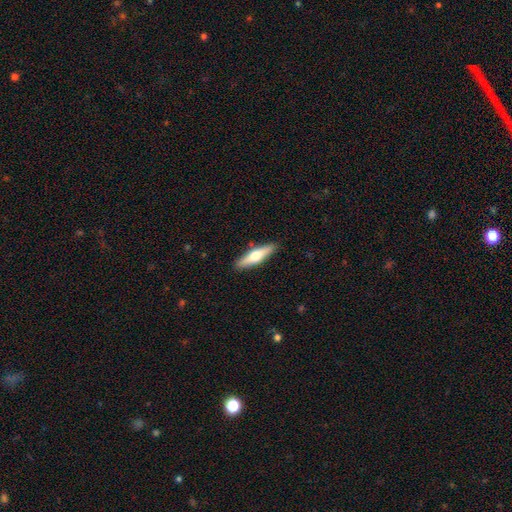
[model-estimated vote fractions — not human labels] Q: Smooth or featured?
A: smooth (49%); runner-up: featured or disk (46%)
Q: Merging?
A: none (89%); runner-up: minor disturbance (8%)